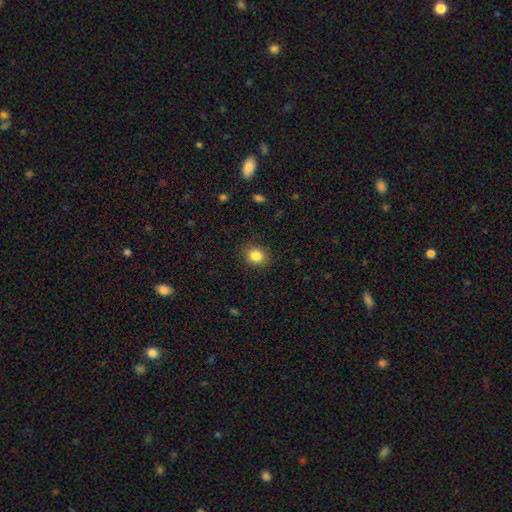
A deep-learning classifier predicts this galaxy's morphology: Smooth or featured? Predicted: smooth (p=0.85). How rounded? Predicted: round (p=0.59). Merging? Predicted: none (p=0.88).